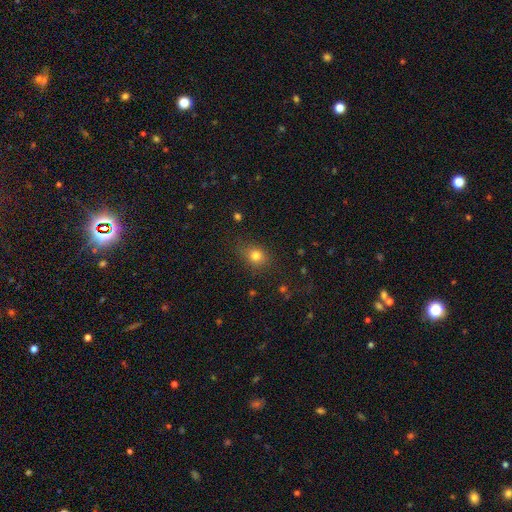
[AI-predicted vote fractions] Q: Smooth or featured?
A: smooth (79%); runner-up: star or artifact (14%)
Q: How rounded?
A: round (67%); runner-up: in between (32%)
Q: Merging?
A: none (78%); runner-up: minor disturbance (15%)